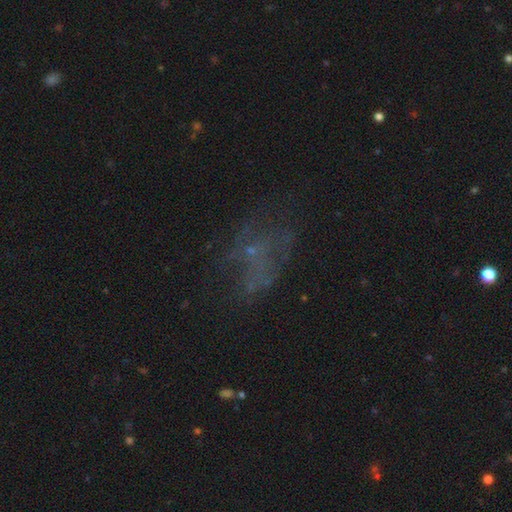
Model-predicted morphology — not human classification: Smooth or featured: featured or disk — 41% (star or artifact — 31%)
Merging: none — 47% (major disturbance — 31%)